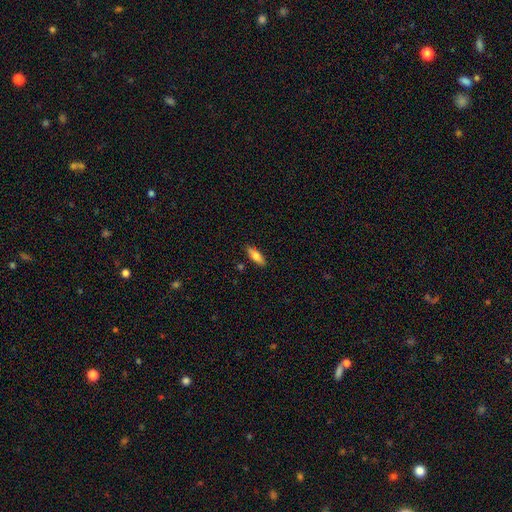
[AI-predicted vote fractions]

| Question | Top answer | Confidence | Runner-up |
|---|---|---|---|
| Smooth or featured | smooth | 75% | featured or disk (18%) |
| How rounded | in between | 57% | cigar-shaped (41%) |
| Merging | none | 87% | minor disturbance (10%) |